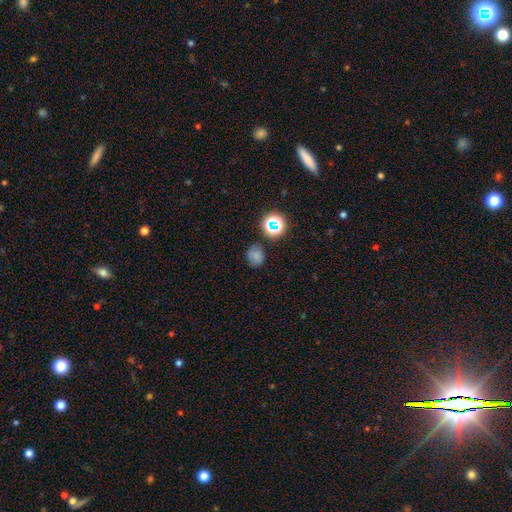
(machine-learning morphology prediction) Overall: smooth (70%). How rounded: round (69%; in between 30%). Merging: none (77%).